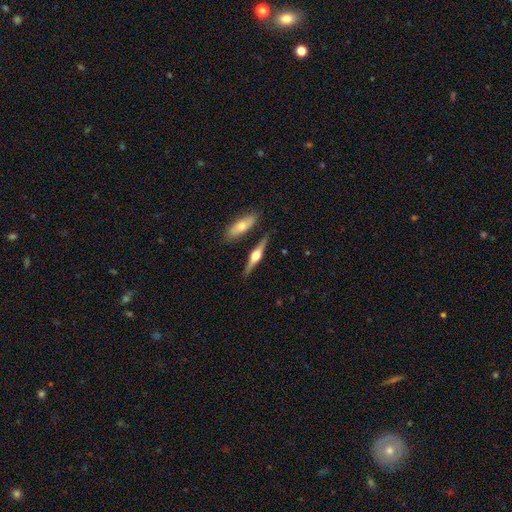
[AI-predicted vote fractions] Overall: featured or disk (71%). Edge-on disk: yes (97%). Edge-on bulge: rounded (94%). Merging: none (81%).